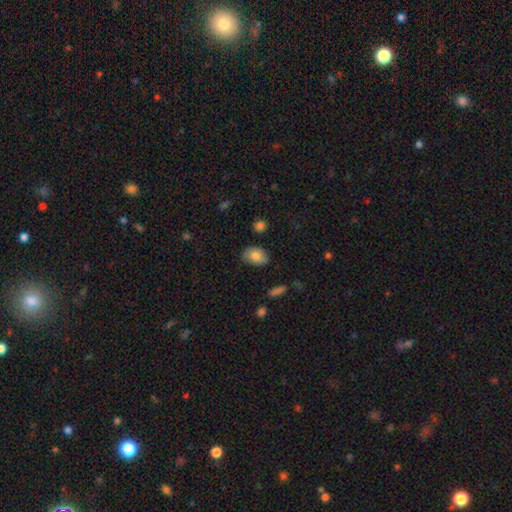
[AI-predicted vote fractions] A smooth galaxy with no disk features (77%) that is in between round and cigar-shaped (83%). Merging: none (74%).